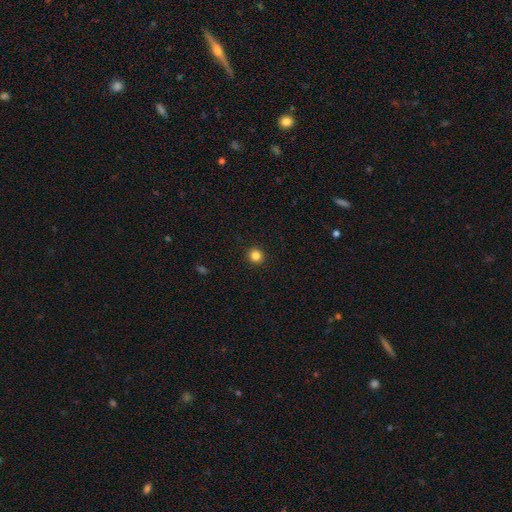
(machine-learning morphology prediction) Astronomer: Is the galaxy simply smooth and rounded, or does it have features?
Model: smooth — 84%.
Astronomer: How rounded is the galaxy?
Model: round — 91%.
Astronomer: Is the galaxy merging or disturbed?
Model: none — 93%.